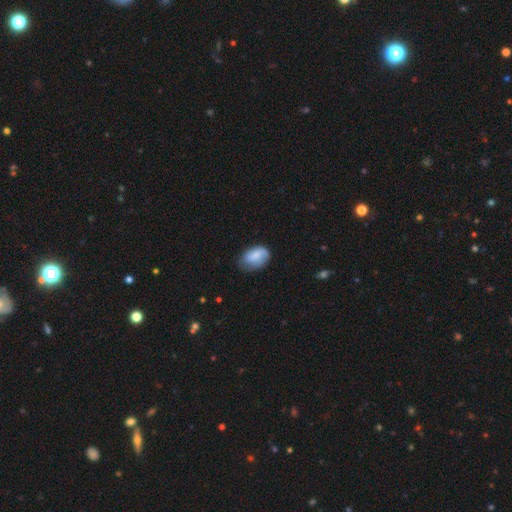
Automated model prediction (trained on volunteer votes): This appears to be a smooth galaxy with no disk features (76%) that is in between round and cigar-shaped (88%). Merging: none (57%).